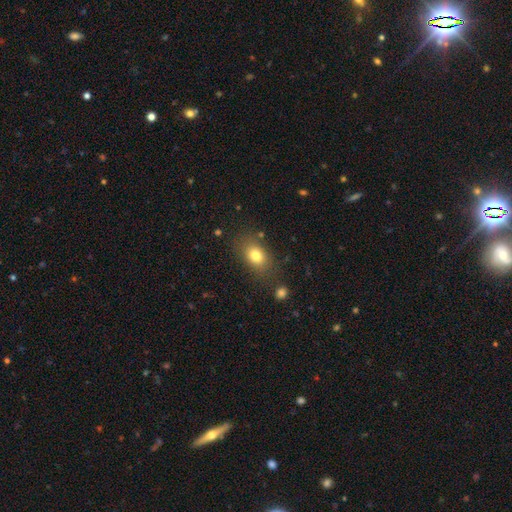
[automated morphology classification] Q: Smooth or featured?
A: smooth (78%); runner-up: star or artifact (11%)
Q: How rounded?
A: in between (75%); runner-up: round (23%)
Q: Merging?
A: none (79%); runner-up: minor disturbance (13%)